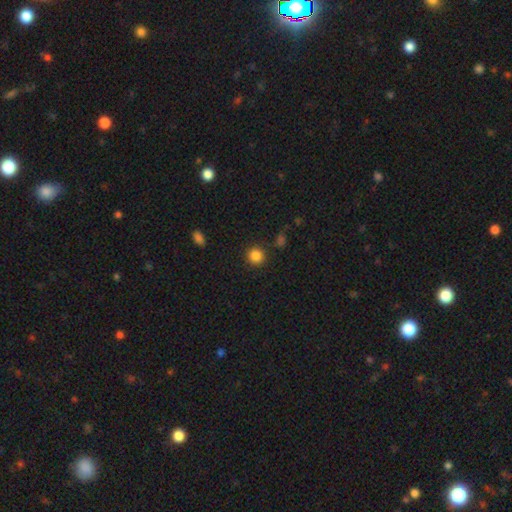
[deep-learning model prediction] A smooth galaxy with no disk features (84%) that is round (93%).

Vote fractions:
- Smooth or featured? smooth: 84% / star or artifact: 11% / featured or disk: 4%
- How rounded? round: 93% / in between: 6% / cigar-shaped: 1%
- Merging? none: 89% / minor disturbance: 6% / major disturbance: 2% / merger: 2%